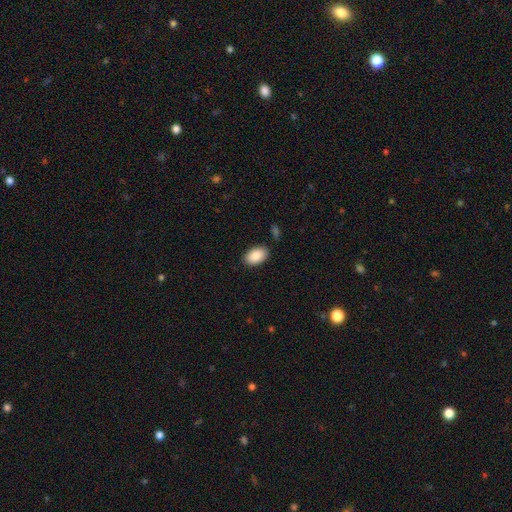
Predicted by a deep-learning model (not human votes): A smooth galaxy with no disk features (88%) that is in between round and cigar-shaped (93%).

Vote fractions:
- Smooth or featured? smooth: 88% / star or artifact: 6% / featured or disk: 5%
- How rounded? in between: 93% / round: 6% / cigar-shaped: 1%
- Merging? none: 86% / minor disturbance: 10% / major disturbance: 2% / merger: 2%